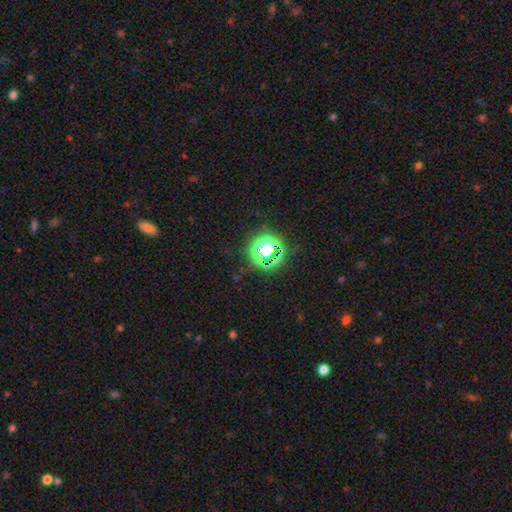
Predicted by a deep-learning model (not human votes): Morphology: type=star or artifact (74%).